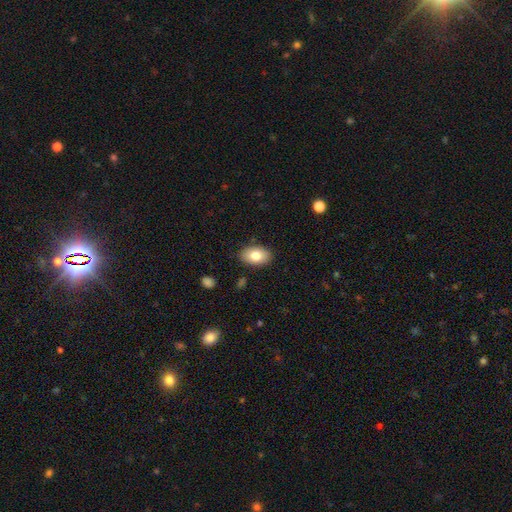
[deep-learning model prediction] A smooth galaxy with no disk features (80%) that is in between round and cigar-shaped (90%).

Vote fractions:
- Smooth or featured? smooth: 80% / featured or disk: 13% / star or artifact: 7%
- How rounded? in between: 90% / round: 8% / cigar-shaped: 1%
- Merging? none: 87% / minor disturbance: 10% / major disturbance: 2% / merger: 1%